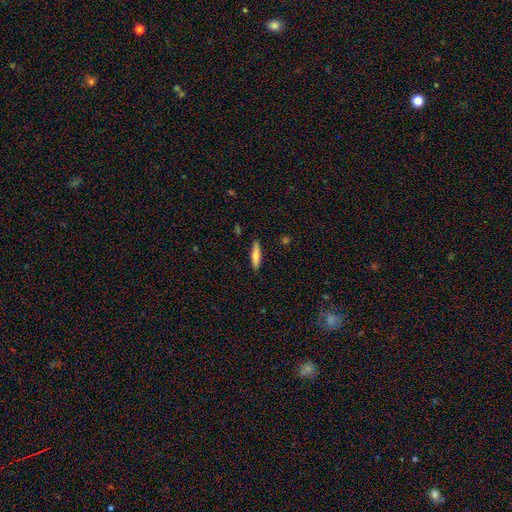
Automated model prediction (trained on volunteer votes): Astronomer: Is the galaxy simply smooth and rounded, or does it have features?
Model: smooth — 73%.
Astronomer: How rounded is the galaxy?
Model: cigar-shaped — 81%.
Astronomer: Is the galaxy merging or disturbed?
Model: none — 88%.